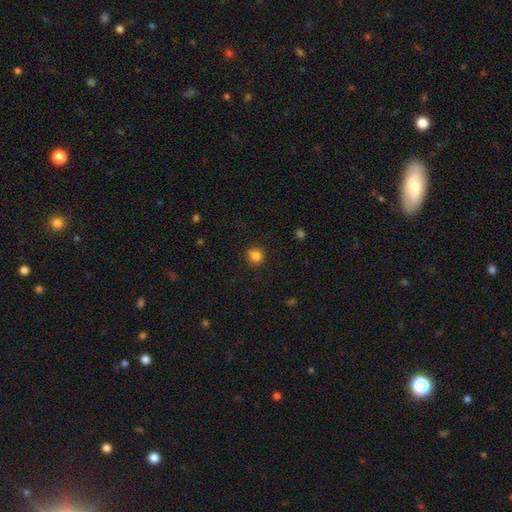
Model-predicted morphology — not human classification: Overall: smooth (84%). How rounded: round (88%). Merging: none (85%).